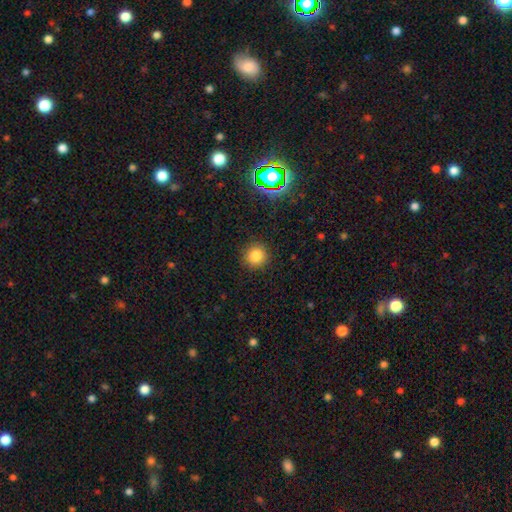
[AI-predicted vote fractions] Smooth or featured? smooth (82%)
How rounded? round (93%)
Merging? none (90%)